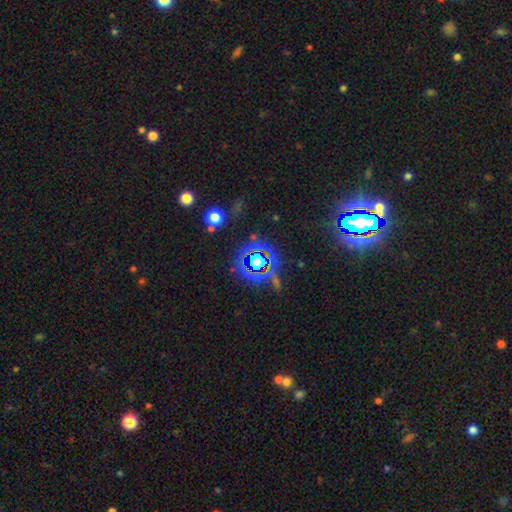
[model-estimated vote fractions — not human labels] This appears to be a star or artifact, not a galaxy (79%).